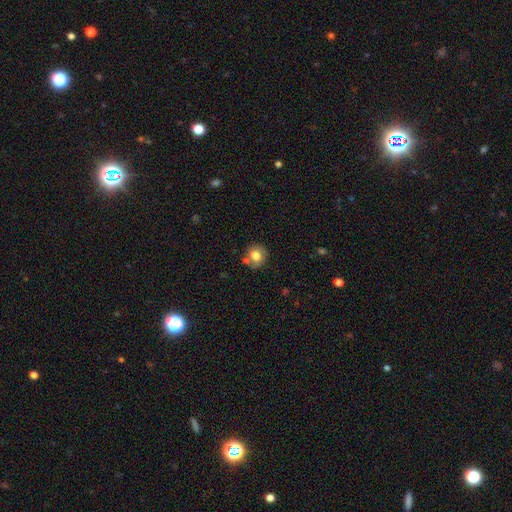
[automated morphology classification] Smooth or featured? smooth (75%)
How rounded? round (81%)
Merging? none (65%)